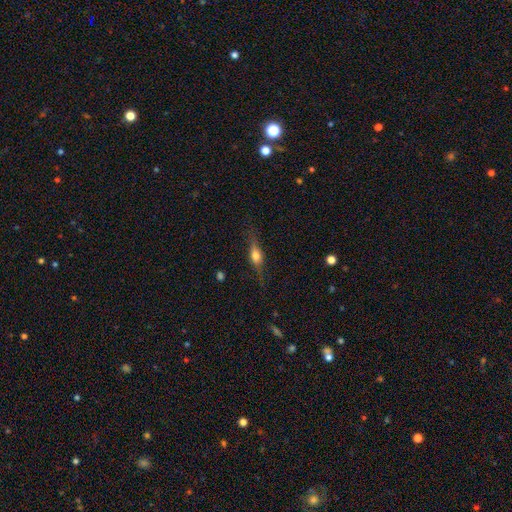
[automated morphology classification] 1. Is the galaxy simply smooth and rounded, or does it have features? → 49% featured or disk, 42% smooth, 9% star or artifact.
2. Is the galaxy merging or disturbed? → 77% none, 16% minor disturbance, 6% major disturbance, 1% merger.